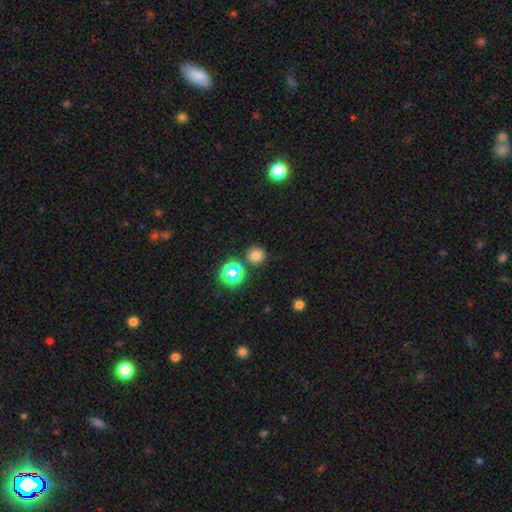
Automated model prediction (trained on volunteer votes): Smooth or featured? smooth (72%)
How rounded? round (89%)
Merging? none (82%)